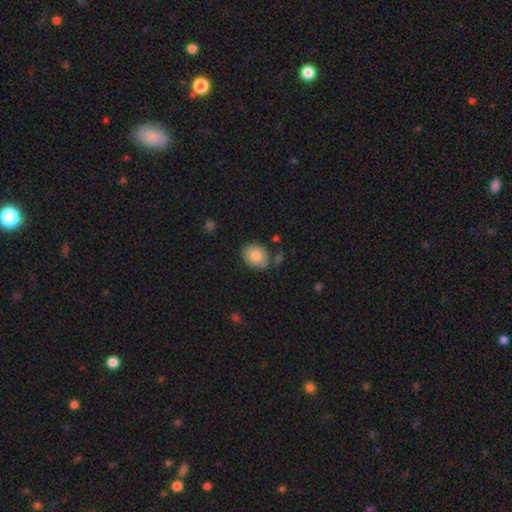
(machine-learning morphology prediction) Smooth or featured: smooth — 81% (featured or disk — 12%)
How rounded: round — 54% (in between — 46%)
Merging: none — 76% (minor disturbance — 16%)